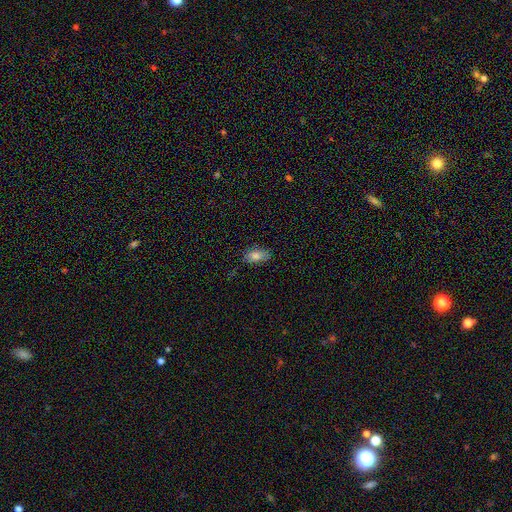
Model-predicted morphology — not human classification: Overall: smooth (81%). How rounded: in between (89%). Merging: none (79%).